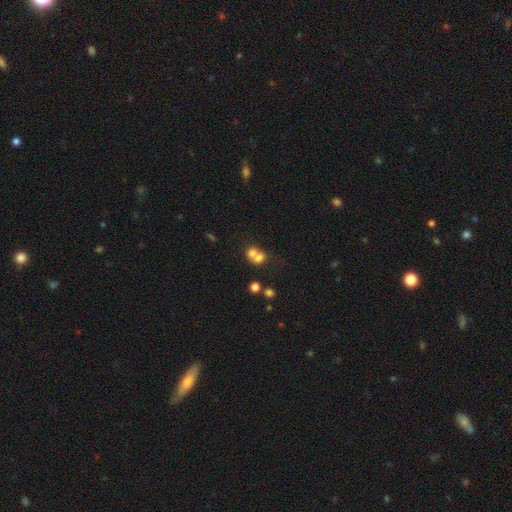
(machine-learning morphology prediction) smooth_or_featured: smooth (p=0.67) [alt: featured or disk p=0.20]
how_rounded: round (p=0.67) [alt: in between p=0.32]
merging: merger (p=0.65) [alt: none p=0.26]